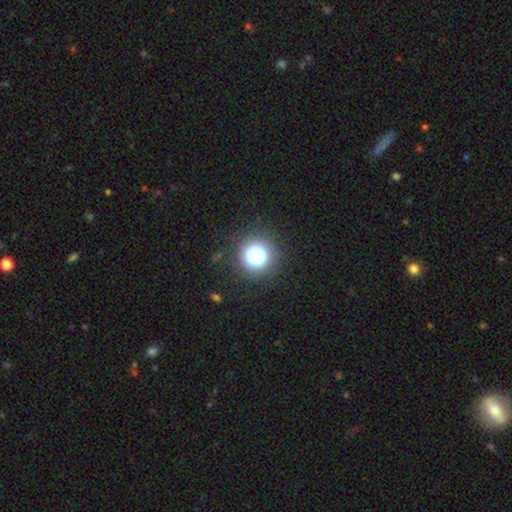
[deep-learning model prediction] The model was most divided on "smooth or featured": smooth: 78%, star or artifact: 12%, featured or disk: 10%. More confident: how rounded — round (96%); merging — none (84%).